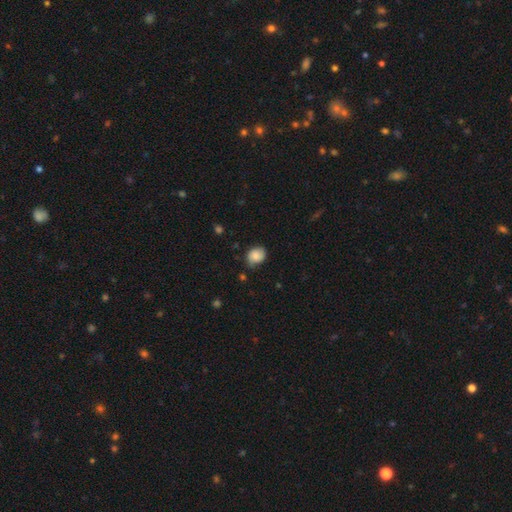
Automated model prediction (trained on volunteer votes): Morphology: type=smooth (79%); roundness=round (52%); merging=none (67%).